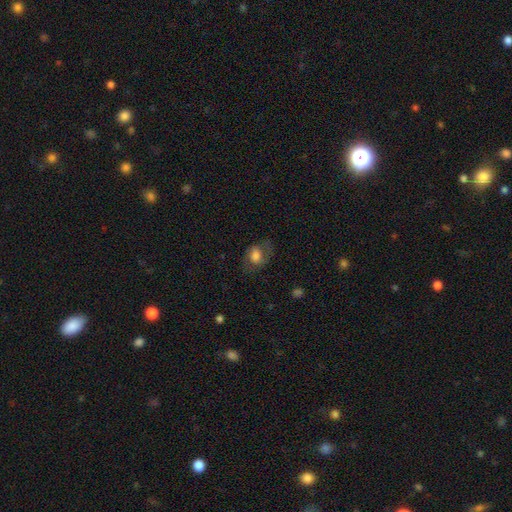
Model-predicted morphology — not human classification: Smooth or featured? Predicted: smooth (p=0.63). How rounded? Predicted: in between (p=0.62). Merging? Predicted: none (p=0.61).